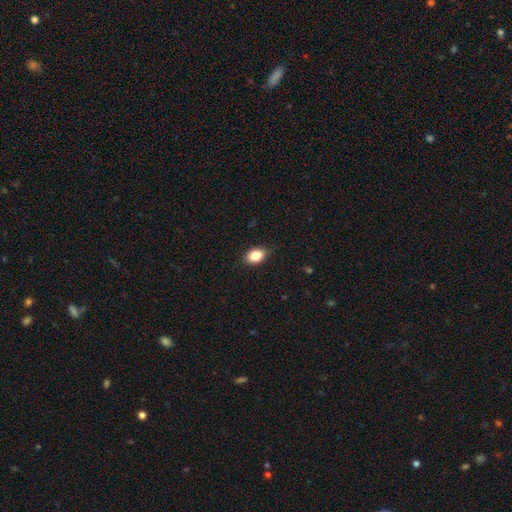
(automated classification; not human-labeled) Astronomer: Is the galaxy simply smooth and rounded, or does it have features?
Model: smooth — 85%.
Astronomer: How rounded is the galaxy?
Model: in between — 83%.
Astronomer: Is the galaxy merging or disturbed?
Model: none — 86%.